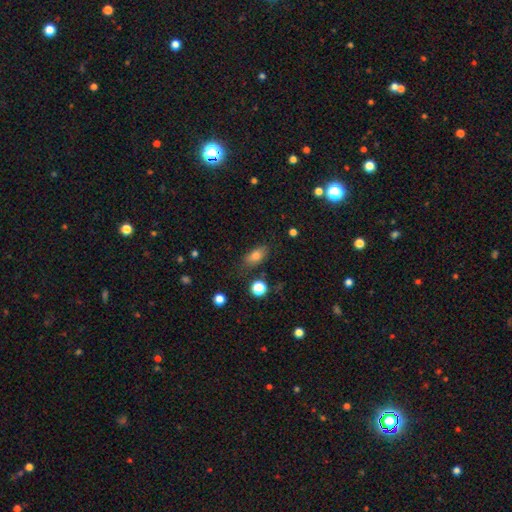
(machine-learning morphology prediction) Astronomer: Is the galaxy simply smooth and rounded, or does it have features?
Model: smooth — 78%.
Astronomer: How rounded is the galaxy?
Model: in between — 83%.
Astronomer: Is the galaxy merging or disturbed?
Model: none — 77%.